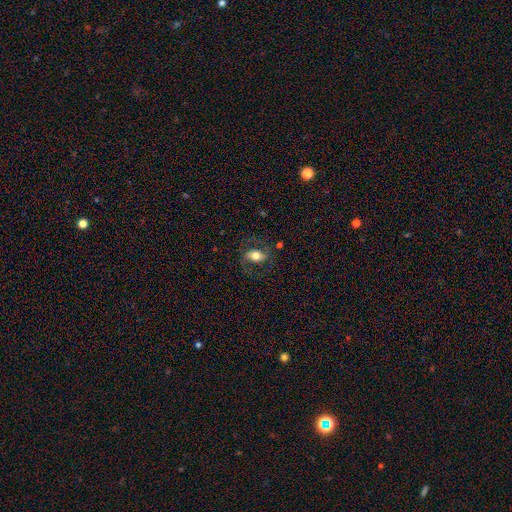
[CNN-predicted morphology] smooth-or-featured: featured or disk: 49% | smooth: 42% | star or artifact: 9%
  merging: none: 70% | minor disturbance: 16% | major disturbance: 13% | merger: 1%